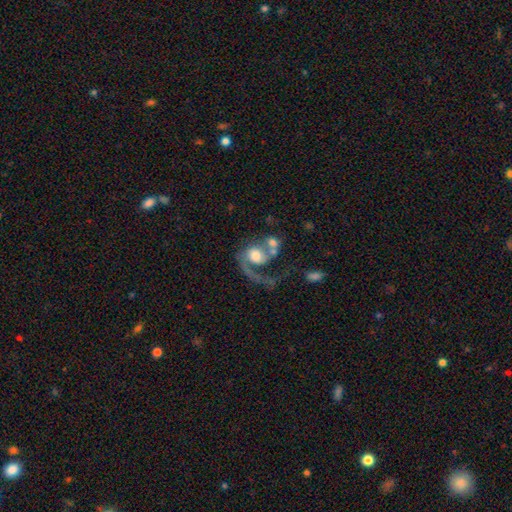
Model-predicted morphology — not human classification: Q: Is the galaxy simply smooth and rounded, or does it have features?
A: featured or disk — 69%.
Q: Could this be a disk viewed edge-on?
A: no — 97%.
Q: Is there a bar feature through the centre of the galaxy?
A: no — 70%.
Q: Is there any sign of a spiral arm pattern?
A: yes — 87%.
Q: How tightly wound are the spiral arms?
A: loose — 59%.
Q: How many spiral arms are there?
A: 1 — 73%.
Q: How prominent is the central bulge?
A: moderate — 44%.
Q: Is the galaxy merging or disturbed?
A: merger — 35%.